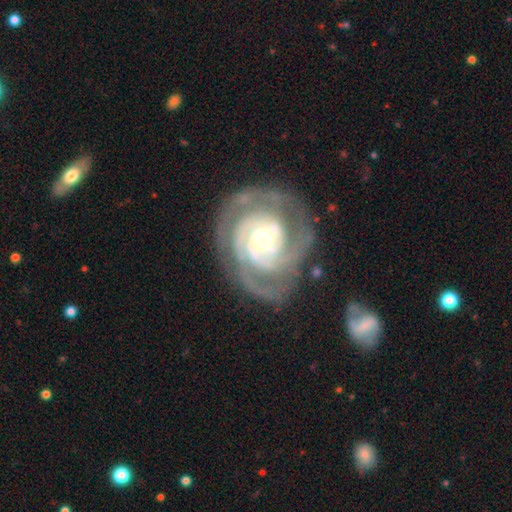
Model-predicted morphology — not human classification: A featured or disk galaxy (92%) with no bar (61%), 3 (38%) tight (73%) spiral arms (98%) and a moderate central bulge (69%). Merging: none (76%).